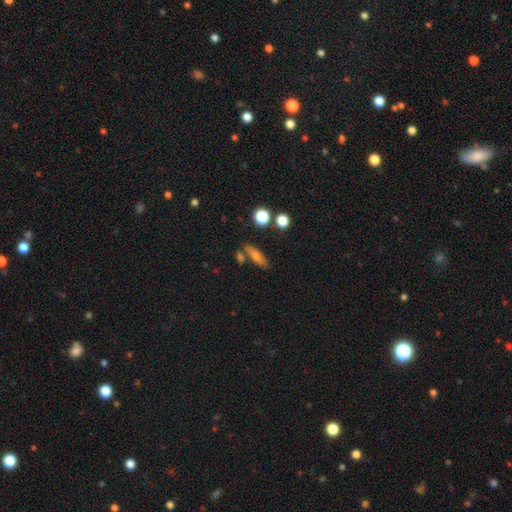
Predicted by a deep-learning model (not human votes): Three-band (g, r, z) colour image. It shows a smooth galaxy with no disk features (60%) that is in between round and cigar-shaped (51%). Merging: none (69%).